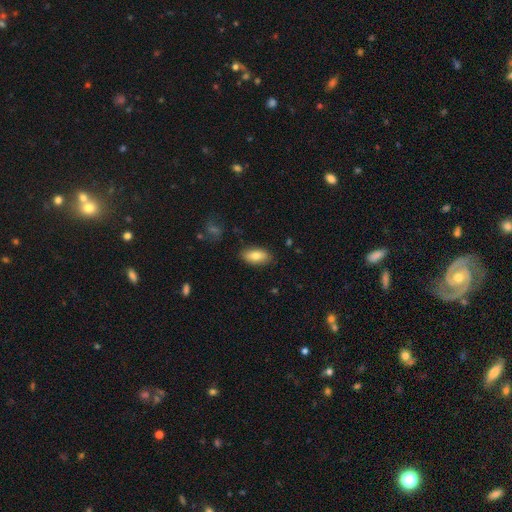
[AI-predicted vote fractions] The model was most divided on "smooth or featured": smooth: 78%, featured or disk: 15%, star or artifact: 7%. More confident: how rounded — in between (88%); merging — none (86%).